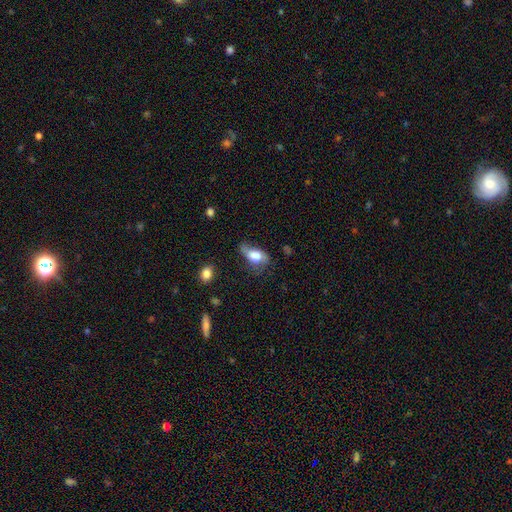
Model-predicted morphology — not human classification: Smooth or featured: smooth — 65% (featured or disk — 27%)
How rounded: in between — 83% (round — 13%)
Merging: minor disturbance — 35% (none — 32%)